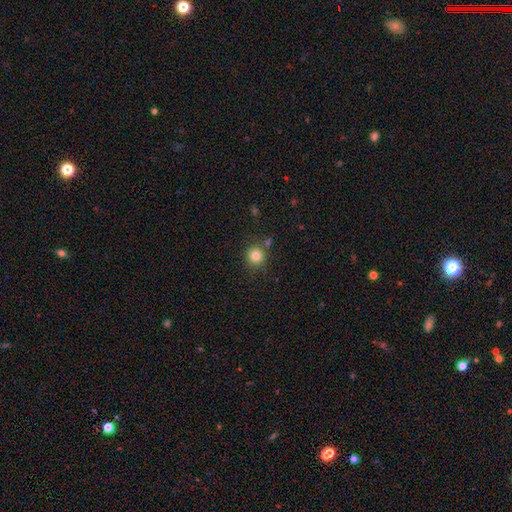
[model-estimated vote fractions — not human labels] Smooth or featured? Predicted: smooth (p=0.81). How rounded? Predicted: round (p=0.93). Merging? Predicted: none (p=0.81).